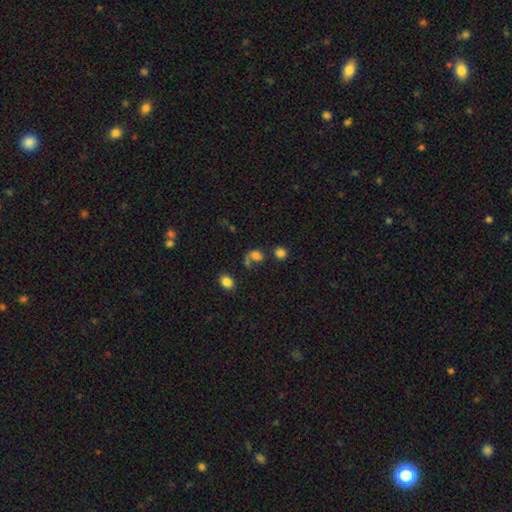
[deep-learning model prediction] A smooth galaxy with no disk features (67%) that is round (55%).

Vote fractions:
- Smooth or featured? smooth: 67% / star or artifact: 17% / featured or disk: 16%
- How rounded? round: 55% / in between: 43% / cigar-shaped: 2%
- Merging? none: 41% / merger: 25% / major disturbance: 19% / minor disturbance: 16%